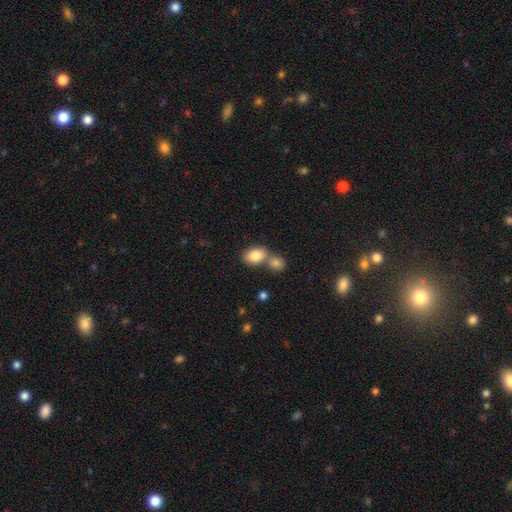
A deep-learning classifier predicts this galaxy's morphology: Overall: smooth (84%). How rounded: in between (79%). Merging: merger (46%; none 42%).